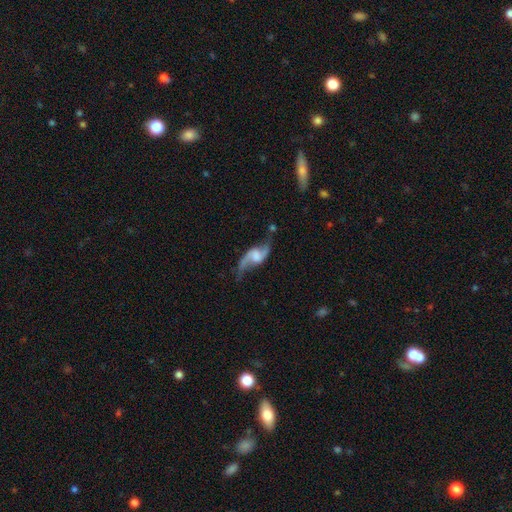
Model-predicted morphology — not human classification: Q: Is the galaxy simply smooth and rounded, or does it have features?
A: featured or disk — 85%.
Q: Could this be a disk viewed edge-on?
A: no — 94%.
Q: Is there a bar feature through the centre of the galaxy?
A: weak — 44%.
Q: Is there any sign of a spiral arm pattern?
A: yes — 95%.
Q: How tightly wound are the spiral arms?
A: loose — 81%.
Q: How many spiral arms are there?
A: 2 — 92%.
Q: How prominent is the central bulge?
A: none — 36%.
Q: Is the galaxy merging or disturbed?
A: none — 64%.